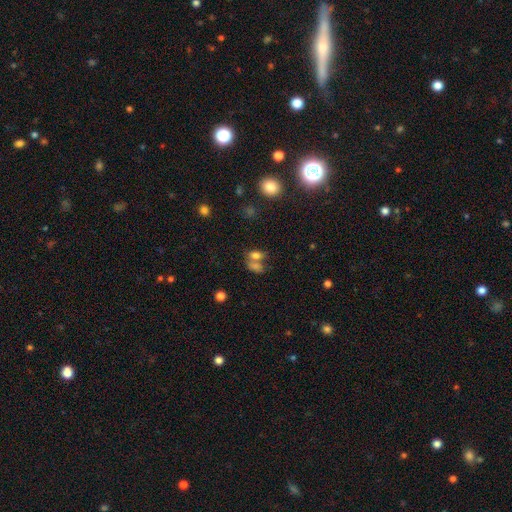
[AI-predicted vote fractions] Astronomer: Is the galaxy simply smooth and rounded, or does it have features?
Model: smooth — 72%.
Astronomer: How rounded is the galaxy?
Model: in between — 78%.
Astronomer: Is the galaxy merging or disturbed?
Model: merger — 48% (runner-up: none, 36%).